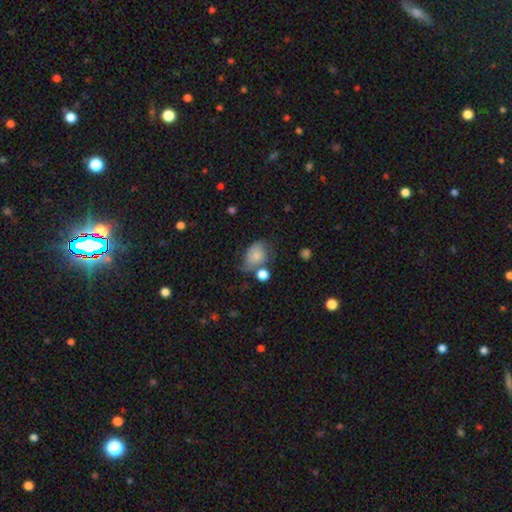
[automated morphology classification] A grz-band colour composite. It shows a smooth galaxy with no disk features (74%) that is in between round and cigar-shaped (72%). Merging: none (36%).